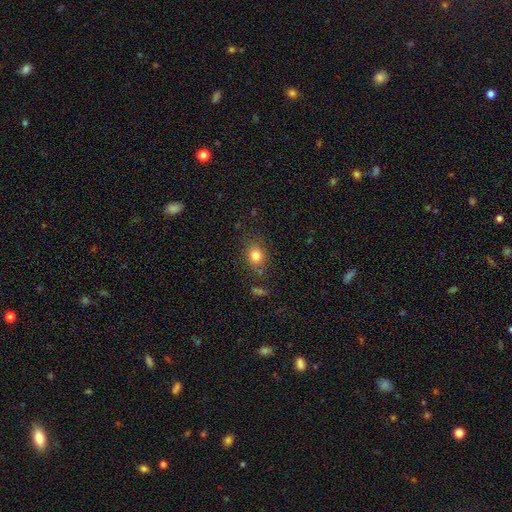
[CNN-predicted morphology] This appears to be a smooth galaxy with no disk features (80%) that is round (60%). Merging: none (79%).